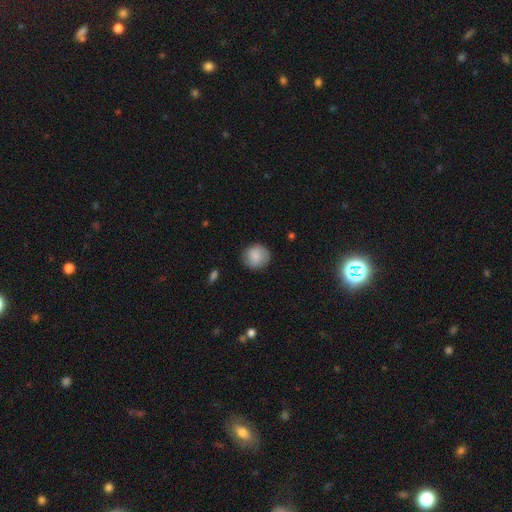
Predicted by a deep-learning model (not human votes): A smooth galaxy with no disk features (83%) that is round (90%).

Vote fractions:
- Smooth or featured? smooth: 83% / featured or disk: 10% / star or artifact: 7%
- How rounded? round: 90% / in between: 9% / cigar-shaped: 1%
- Merging? none: 82% / minor disturbance: 13% / major disturbance: 3% / merger: 1%